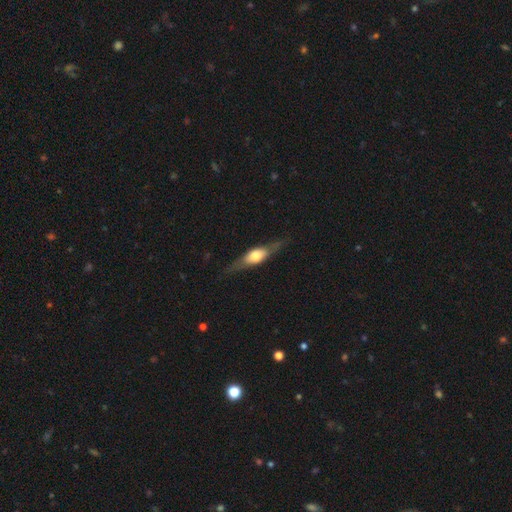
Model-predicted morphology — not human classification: This appears to be a featured or disk galaxy (60%) viewed edge-on (89%) with a rounded central bulge (87%). Merging: none (80%).